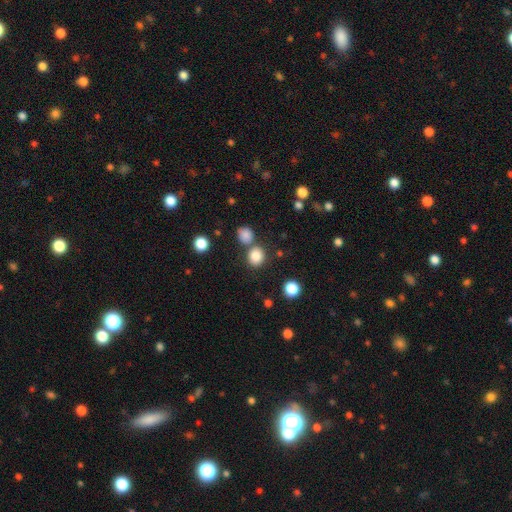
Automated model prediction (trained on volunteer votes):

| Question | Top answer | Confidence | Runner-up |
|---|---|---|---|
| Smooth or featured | smooth | 84% | star or artifact (11%) |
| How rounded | round | 78% | in between (21%) |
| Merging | none | 70% | merger (18%) |